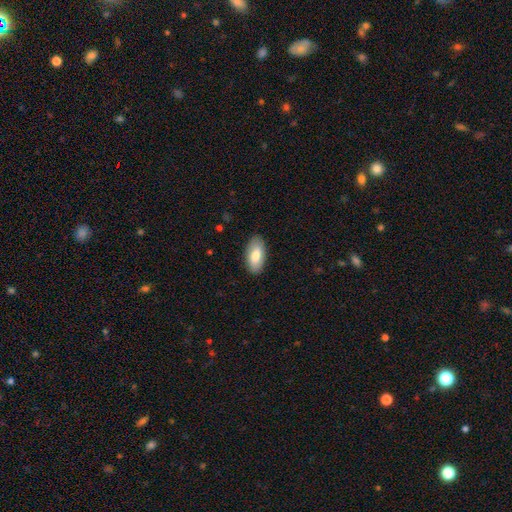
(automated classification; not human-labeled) smooth-or-featured: smooth: 79% | featured or disk: 15% | star or artifact: 6%
  how-rounded: in between: 93% | cigar-shaped: 5% | round: 2%
  merging: none: 87% | minor disturbance: 10% | major disturbance: 2% | merger: 1%